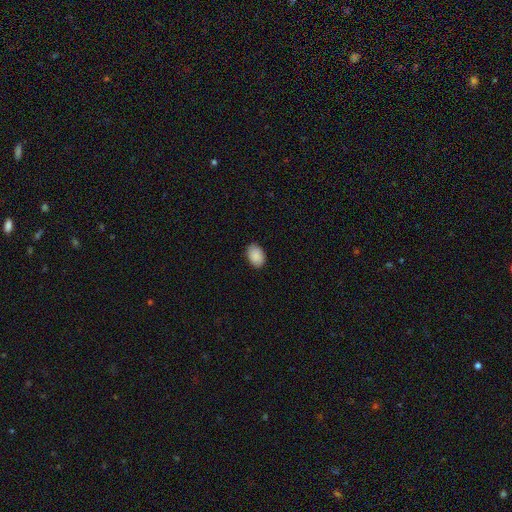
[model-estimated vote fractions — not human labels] A smooth galaxy with no disk features (90%) that is in between round and cigar-shaped (86%). Merging: none (88%).